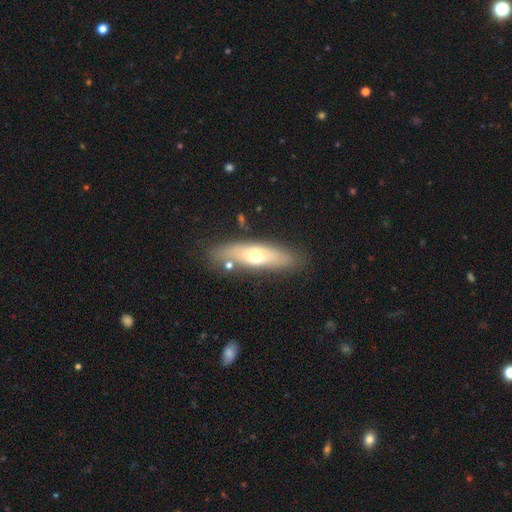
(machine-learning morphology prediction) Smooth or featured: smooth — 52% (featured or disk — 41%)
How rounded: cigar-shaped — 54% (in between — 43%)
Merging: none — 79% (minor disturbance — 13%)